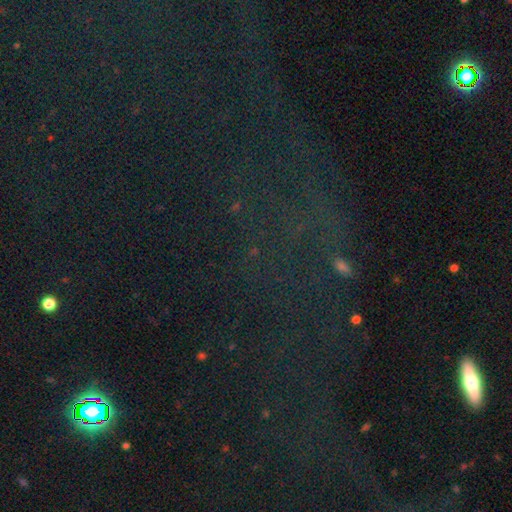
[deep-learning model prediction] Smooth or featured? star or artifact (74%)